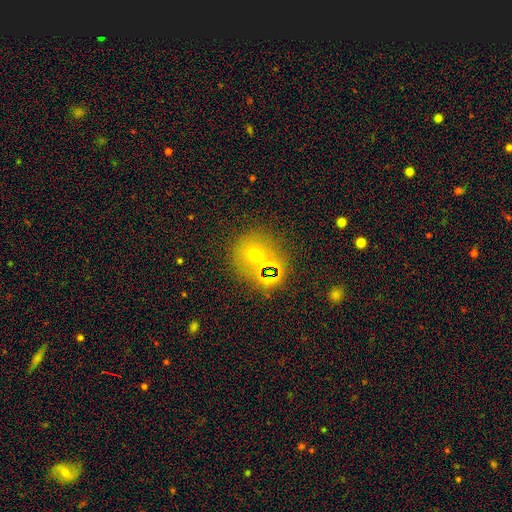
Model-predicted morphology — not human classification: The model was most divided on "smooth or featured": smooth: 56%, star or artifact: 30%, featured or disk: 15%. More confident: how rounded — round (86%); merging — none (71%).